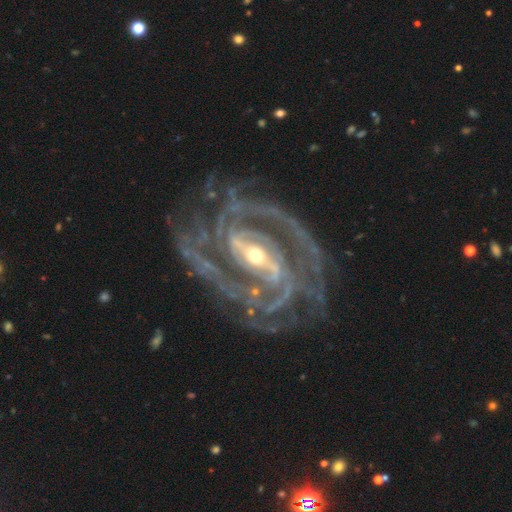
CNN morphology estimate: Smooth or featured: featured or disk — 93% (star or artifact — 4%)
Edge-on disk: no — 97% (yes — 3%)
Bar: strong — 62% (weak — 27%)
Spiral arms: yes — 98% (no — 2%)
Spiral winding: tight — 59% (medium — 33%)
Spiral arm count: 2 — 27% (3 — 21%)
Bulge size: moderate — 49% (small — 45%)
Merging: none — 70% (minor disturbance — 16%)